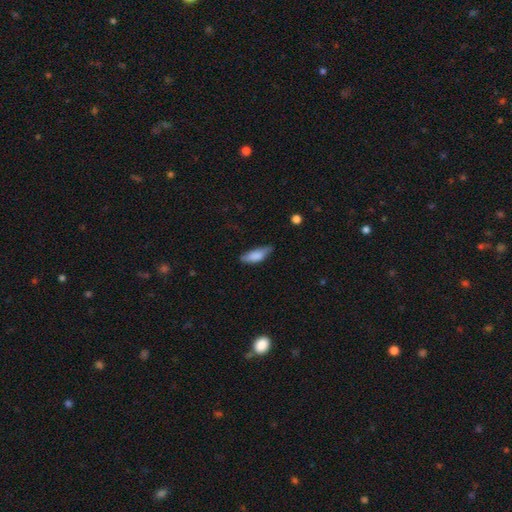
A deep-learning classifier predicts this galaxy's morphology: smooth-or-featured: smooth: 82% | featured or disk: 12% | star or artifact: 6%
  how-rounded: in between: 69% | cigar-shaped: 29% | round: 2%
  merging: none: 60% | minor disturbance: 32% | major disturbance: 6% | merger: 2%